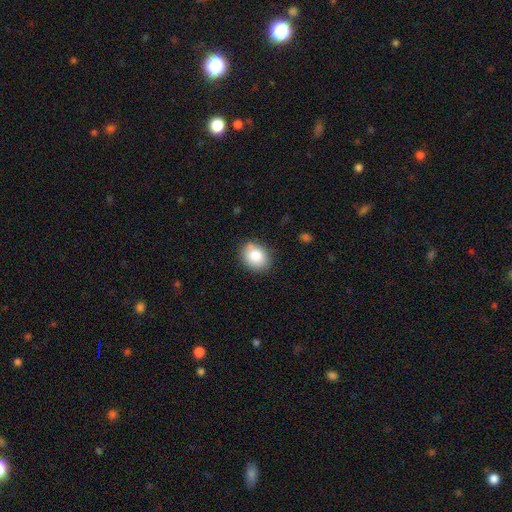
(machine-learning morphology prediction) The model was most divided on "how rounded": in between: 53%, round: 46%, cigar-shaped: 1%. More confident: smooth or featured — smooth (83%); merging — none (82%).